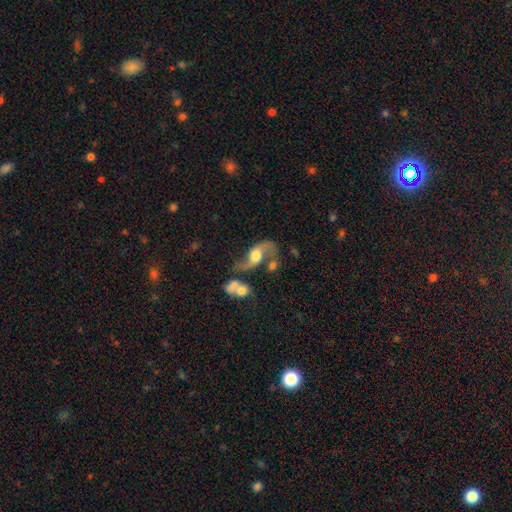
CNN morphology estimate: Overall: featured or disk (81%). Edge-on disk: no (94%). Bar: no (57%; weak 32%). Spiral arms: yes (92%). Spiral arm count: 2 (91%). Spiral winding: loose (81%). Bulge size: moderate (51%; large 34%). Merging: none (42%; merger 26%).